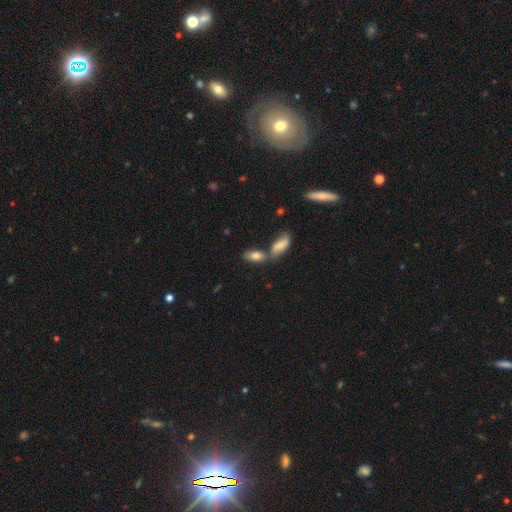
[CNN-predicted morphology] A smooth galaxy with no disk features (80%) that is in between round and cigar-shaped (87%).

Vote fractions:
- Smooth or featured? smooth: 80% / featured or disk: 13% / star or artifact: 8%
- How rounded? in between: 87% / cigar-shaped: 9% / round: 3%
- Merging? none: 43% (tied) / merger: 43% (tied) / minor disturbance: 11% / major disturbance: 4%